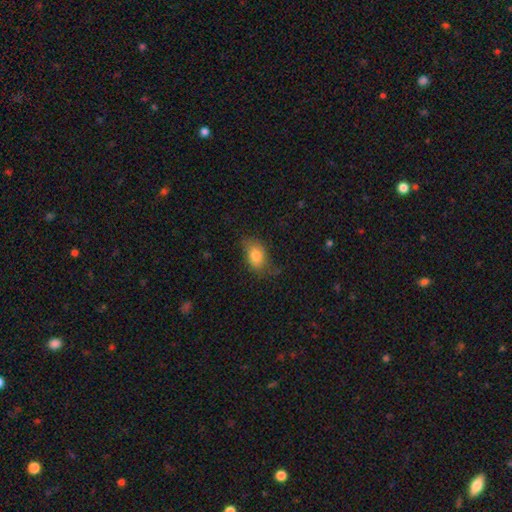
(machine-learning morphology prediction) The model was most divided on "merging": none: 57%, minor disturbance: 29%, major disturbance: 12%, merger: 2%. More confident: how rounded — in between (83%); smooth or featured — smooth (79%).